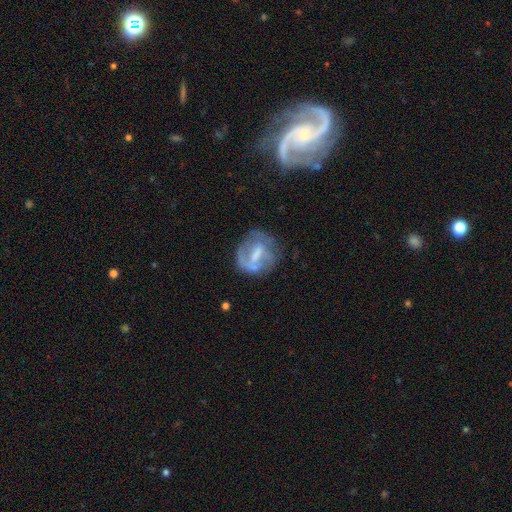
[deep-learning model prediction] Morphology: type=featured or disk (63%); edge-on=no (96%); bar=weak (43%); spiral arms=yes (56%); bulge=moderate (34%); merging=none (54%).